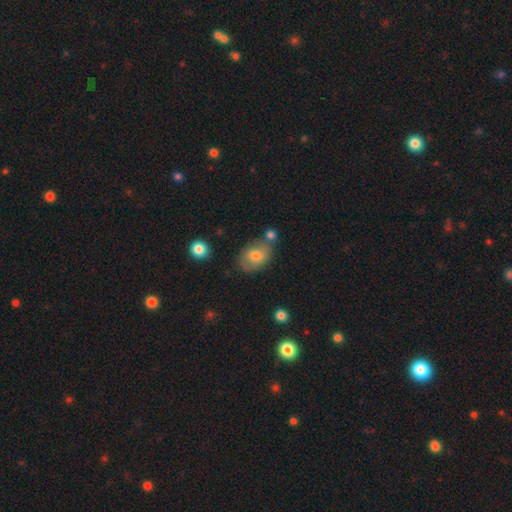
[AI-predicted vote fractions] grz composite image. It shows a smooth galaxy with no disk features (66%) that is in between round and cigar-shaped (79%). Merging: none (61%).